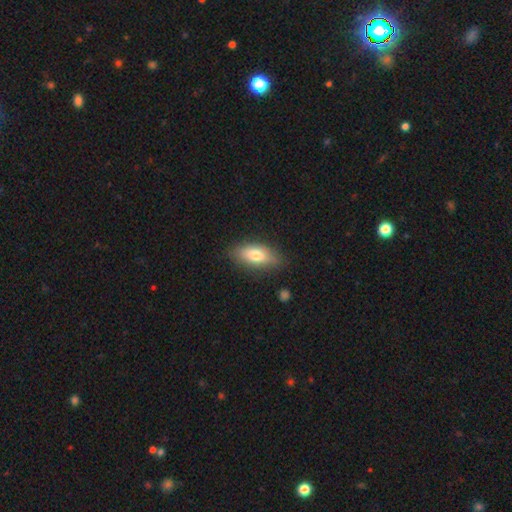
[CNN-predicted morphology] Q: Smooth or featured?
A: smooth (72%); runner-up: featured or disk (21%)
Q: How rounded?
A: in between (78%); runner-up: cigar-shaped (18%)
Q: Merging?
A: none (80%); runner-up: minor disturbance (15%)